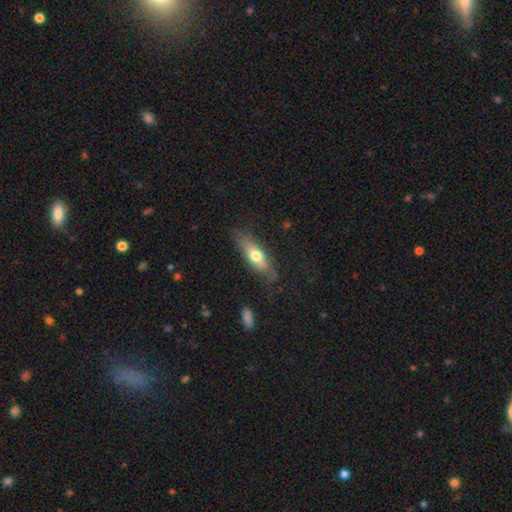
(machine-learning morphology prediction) smooth-or-featured: smooth: 59% | featured or disk: 34% | star or artifact: 6%
  how-rounded: in between: 56% | cigar-shaped: 41% | round: 3%
  merging: none: 69% | minor disturbance: 22% | major disturbance: 7% | merger: 2%